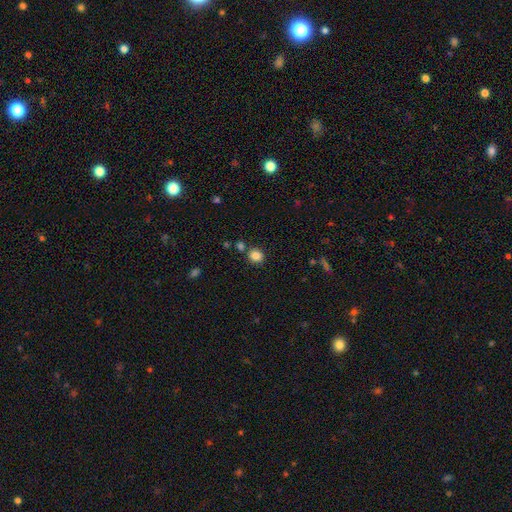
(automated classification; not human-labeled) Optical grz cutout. It shows a smooth galaxy with no disk features (84%) that is round (80%). Merging: none (79%).